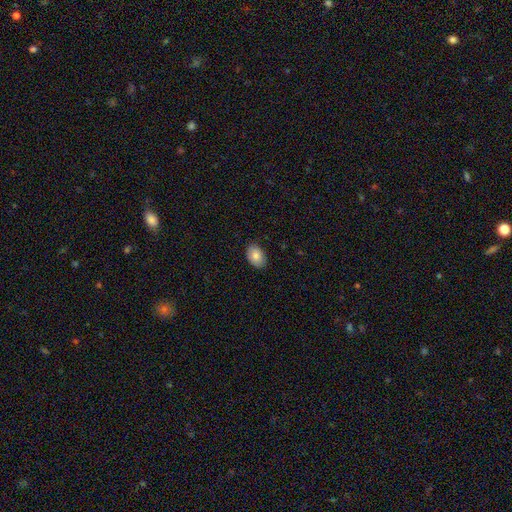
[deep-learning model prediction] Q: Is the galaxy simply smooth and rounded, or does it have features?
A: smooth — 83%.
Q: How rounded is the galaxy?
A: in between — 86%.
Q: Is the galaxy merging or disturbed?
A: none — 86%.